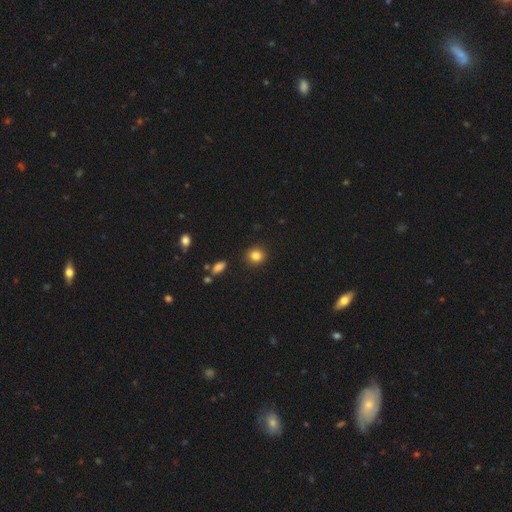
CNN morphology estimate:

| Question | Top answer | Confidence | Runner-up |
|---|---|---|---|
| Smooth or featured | smooth | 84% | star or artifact (10%) |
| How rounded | round | 80% | in between (19%) |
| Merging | none | 90% | minor disturbance (6%) |